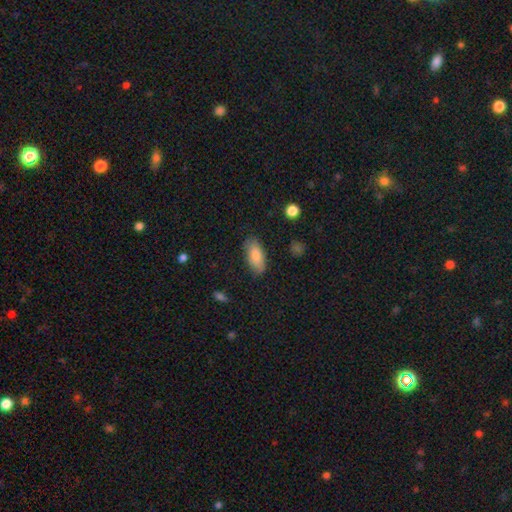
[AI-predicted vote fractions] Overall: smooth (83%). How rounded: in between (86%). Merging: none (84%).